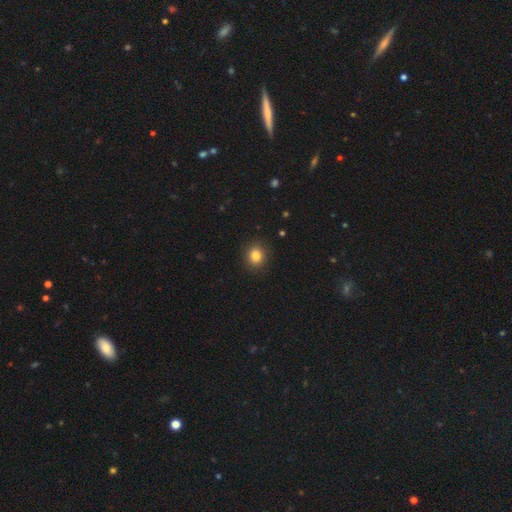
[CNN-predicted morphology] Smooth or featured? smooth (83%)
How rounded? round (77%)
Merging? none (90%)